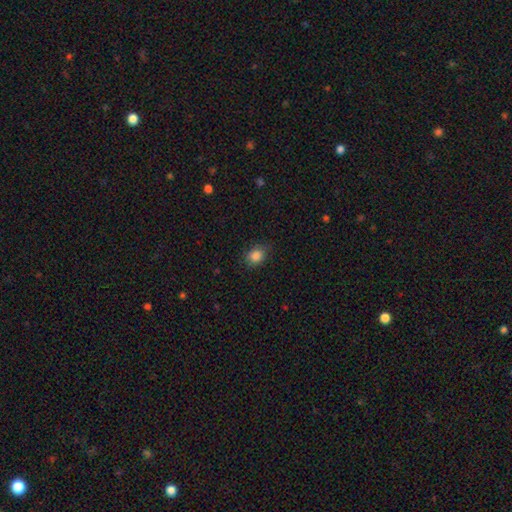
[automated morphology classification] This is clearly a smooth galaxy (86%). How rounded: possibly round (50%). Merging: likely none (79%).